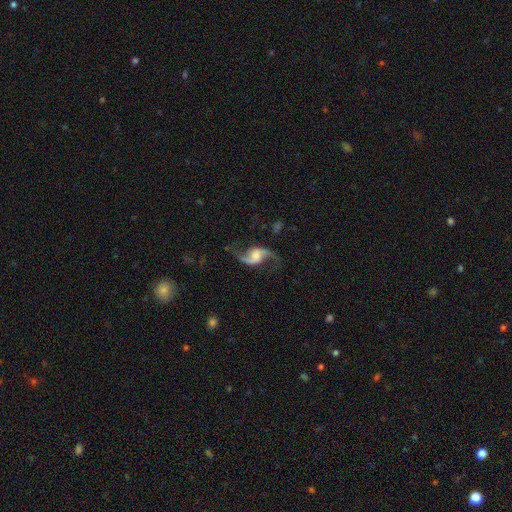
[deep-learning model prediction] Smooth or featured: featured or disk — 89% (smooth — 6%)
Edge-on disk: no — 97% (yes — 3%)
Bar: no — 43% (weak — 40%)
Spiral arms: yes — 97% (no — 3%)
Spiral winding: loose — 81% (medium — 16%)
Spiral arm count: 2 — 94% (1 — 2%)
Bulge size: moderate — 35% (small — 27%)
Merging: none — 76% (minor disturbance — 13%)